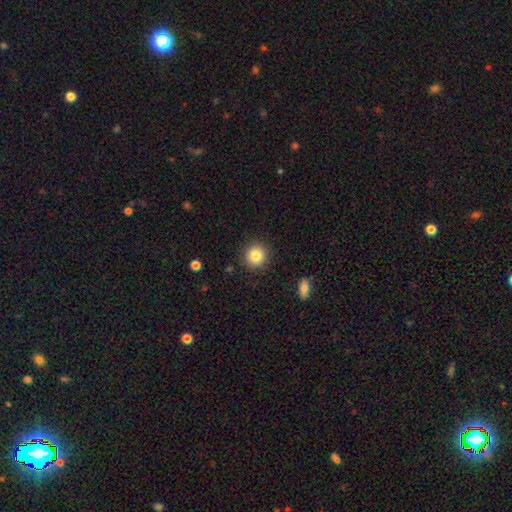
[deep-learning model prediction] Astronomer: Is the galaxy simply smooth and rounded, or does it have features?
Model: smooth — 84%.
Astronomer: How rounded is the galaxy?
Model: round — 92%.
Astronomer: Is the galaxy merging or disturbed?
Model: none — 90%.